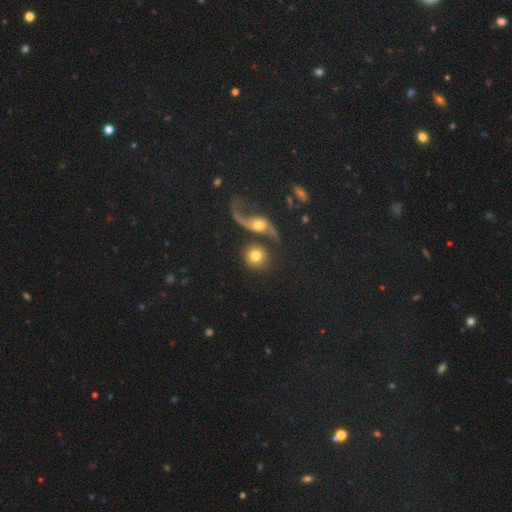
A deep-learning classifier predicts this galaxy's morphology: smooth_or_featured: smooth (p=0.68) [alt: featured or disk p=0.24]
how_rounded: round (p=0.91) [alt: in between p=0.08]
merging: none (p=0.62) [alt: merger p=0.20]